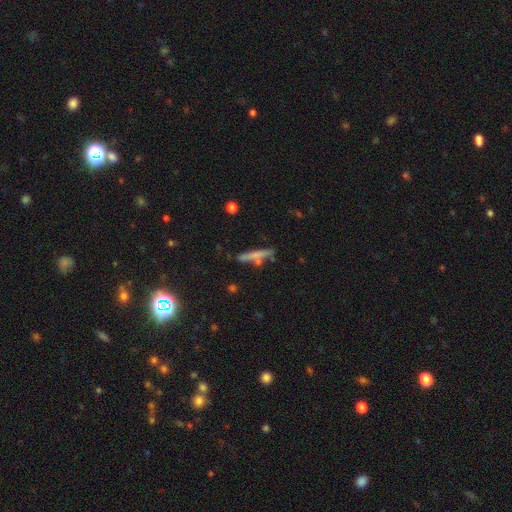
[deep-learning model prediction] Overall: smooth (61%; featured or disk 32%). How rounded: cigar-shaped (92%). Merging: none (71%).